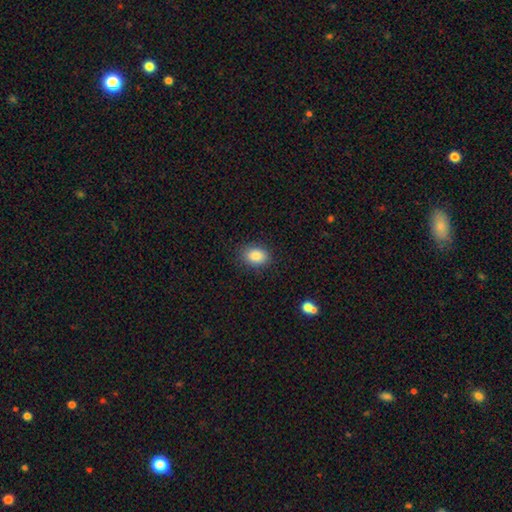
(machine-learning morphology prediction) type=smooth (86%); roundness=in between (73%); merging=none (86%).